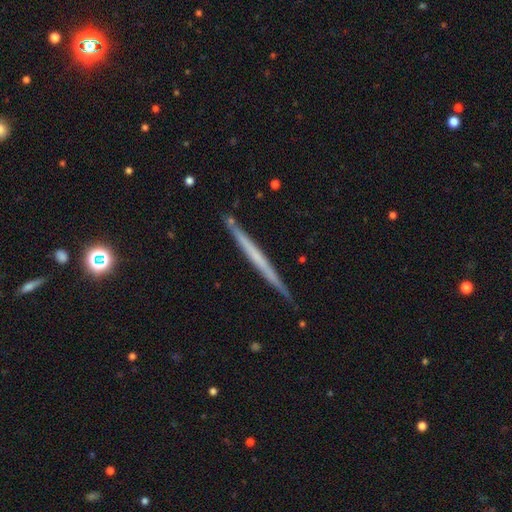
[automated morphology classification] Smooth or featured?
  - featured or disk: 56% *
  - smooth: 38%
  - star or artifact: 6%
Edge-on disk?
  - yes: 98% *
  - no: 2%
Edge-on bulge?
  - none: 89% *
  - rounded: 7%
  - boxy: 4%
Merging?
  - none: 88% *
  - minor disturbance: 9%
  - merger: 2%
  - major disturbance: 1%